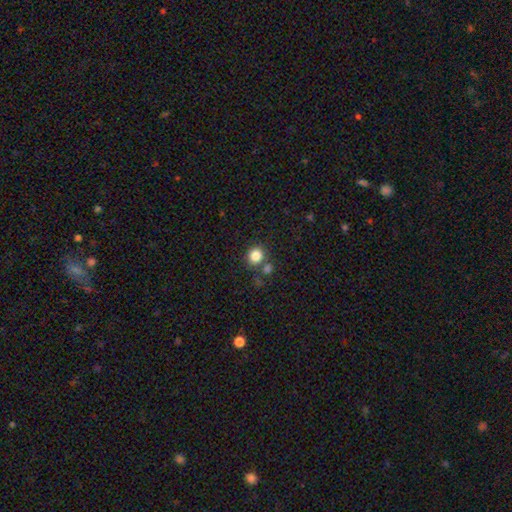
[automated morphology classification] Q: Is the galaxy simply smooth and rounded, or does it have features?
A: smooth — 84%.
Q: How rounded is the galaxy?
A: round — 85%.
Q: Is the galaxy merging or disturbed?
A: none — 71%.